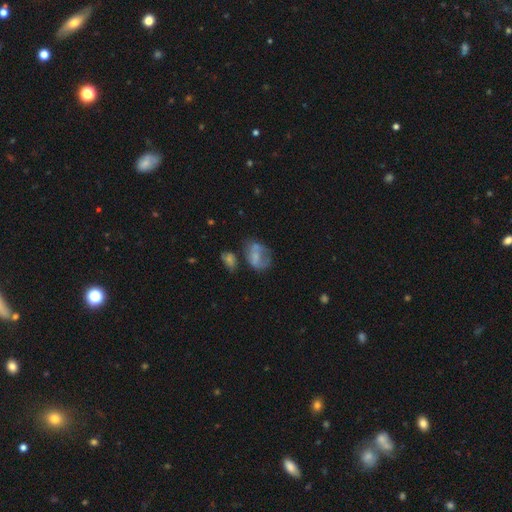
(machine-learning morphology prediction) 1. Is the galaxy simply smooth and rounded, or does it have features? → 52% smooth, 35% featured or disk, 12% star or artifact.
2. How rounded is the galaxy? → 70% in between, 29% round, 2% cigar-shaped.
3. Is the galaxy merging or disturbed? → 32% none, 26% major disturbance, 24% minor disturbance, 18% merger.